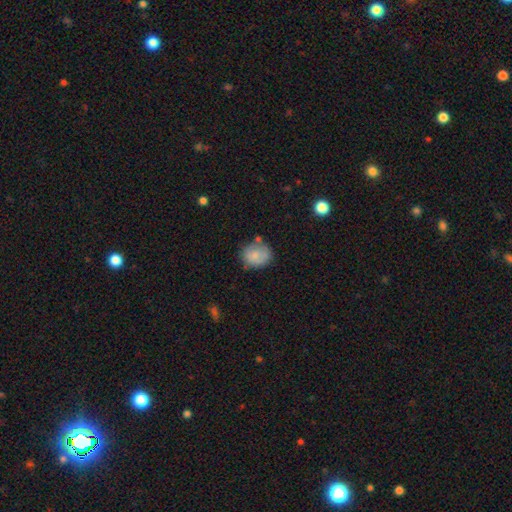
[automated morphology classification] A smooth galaxy with no disk features (77%) that is round (66%). Merging: none (62%).